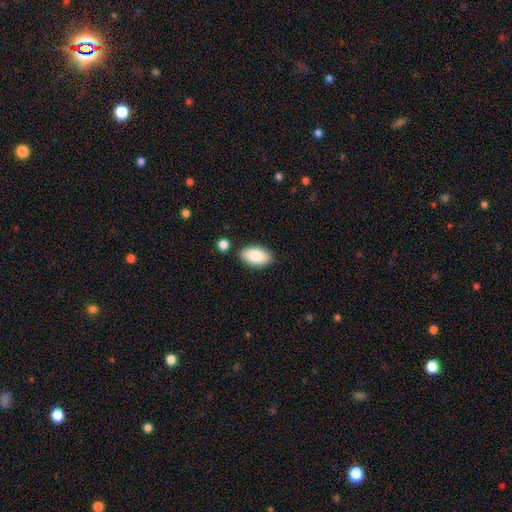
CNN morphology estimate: smooth 88%, star or artifact 6%, featured or disk 6%. Down the decision tree: how rounded — in between (95%); merging — none (83%).